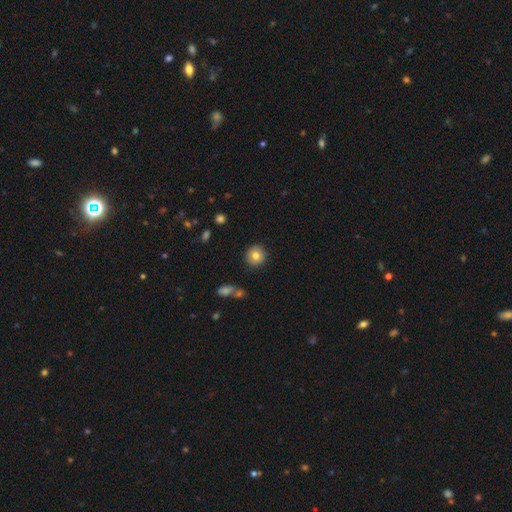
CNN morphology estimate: Smooth or featured: smooth — 80% (featured or disk — 11%)
How rounded: round — 93% (in between — 6%)
Merging: none — 90% (minor disturbance — 7%)